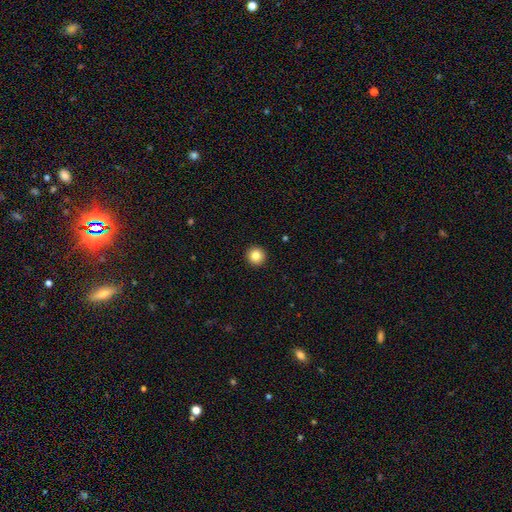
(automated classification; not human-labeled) A smooth galaxy with no disk features (83%) that is round (96%). Merging: none (94%).